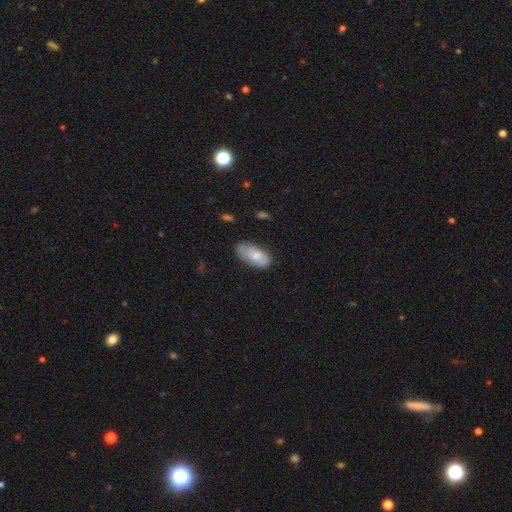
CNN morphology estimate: A smooth galaxy with no disk features (75%) that is in between round and cigar-shaped (93%). Merging: none (68%).